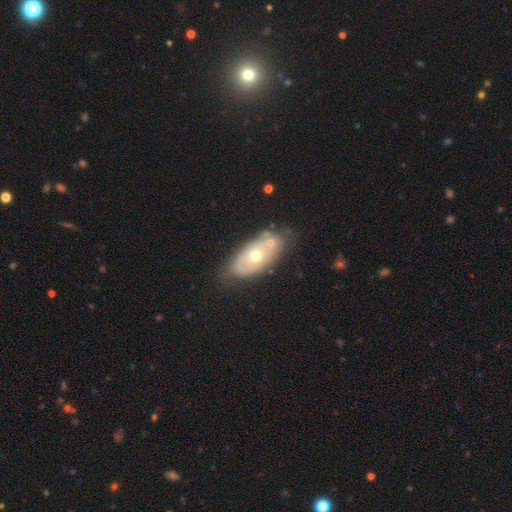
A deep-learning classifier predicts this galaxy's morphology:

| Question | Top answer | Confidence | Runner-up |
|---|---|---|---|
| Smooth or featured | featured or disk | 55% | smooth (39%) |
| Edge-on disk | no | 87% | yes (13%) |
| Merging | none | 66% | minor disturbance (18%) |